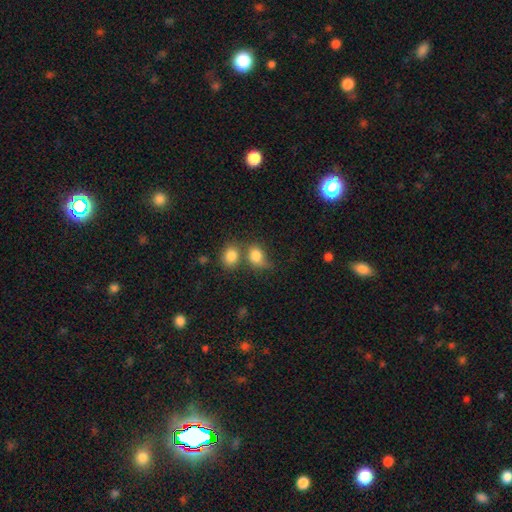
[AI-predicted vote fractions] Smooth or featured? Predicted: smooth (p=0.82). How rounded? Predicted: in between (p=0.53). Merging? Predicted: merger (p=0.39).